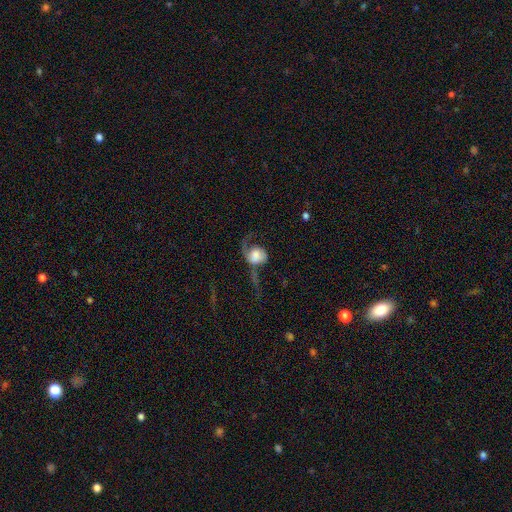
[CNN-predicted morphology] The model was most divided on "smooth or featured": featured or disk: 49%, smooth: 43%, star or artifact: 8%. More confident: merging — major disturbance (53%).